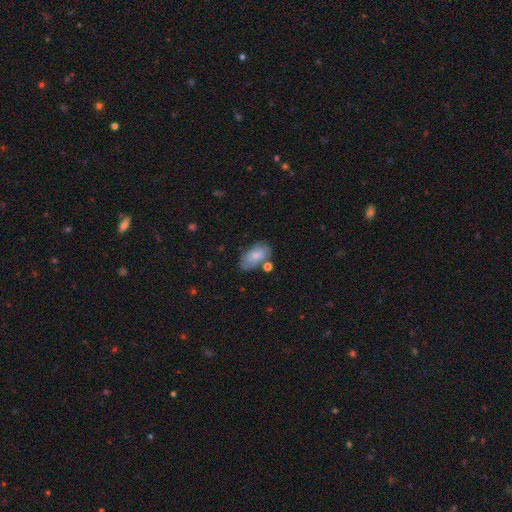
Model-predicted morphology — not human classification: Smooth or featured?
  - smooth: 72% *
  - featured or disk: 21%
  - star or artifact: 7%
How rounded?
  - in between: 93% *
  - round: 5%
  - cigar-shaped: 3%
Merging?
  - none: 61% *
  - minor disturbance: 22%
  - merger: 11%
  - major disturbance: 6%